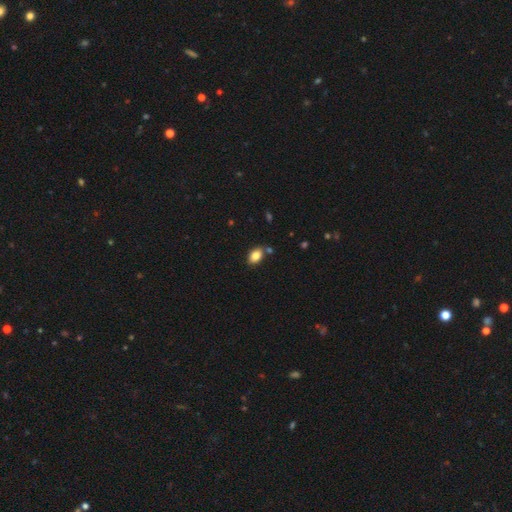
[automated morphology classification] Smooth or featured? smooth (84%)
How rounded? in between (85%)
Merging? none (78%)